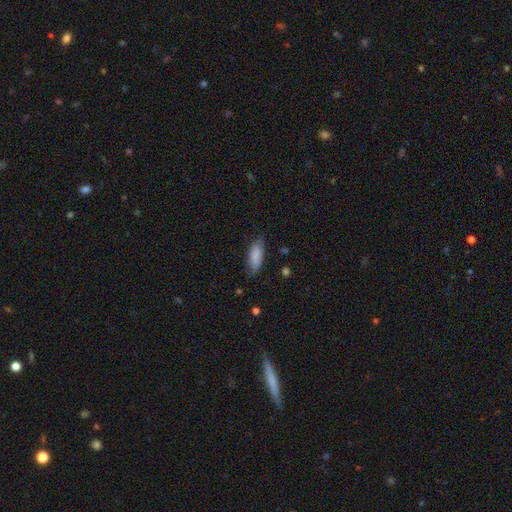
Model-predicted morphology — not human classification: Smooth or featured? smooth (84%)
How rounded? in between (74%)
Merging? none (72%)